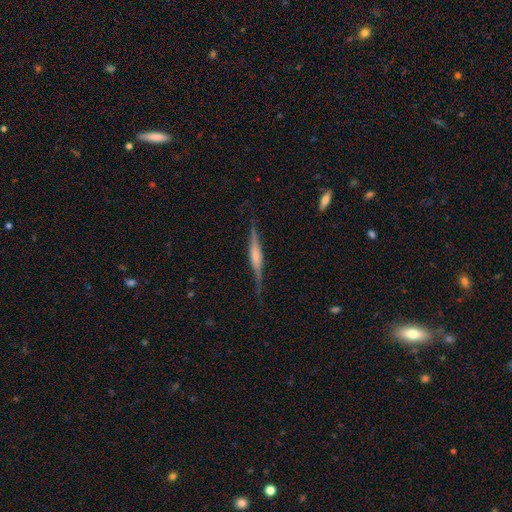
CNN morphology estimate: Smooth or featured: featured or disk — 73% (smooth — 21%)
Edge-on disk: yes — 97% (no — 3%)
Edge-on bulge: rounded — 50% (boxy — 37%)
Merging: none — 82% (minor disturbance — 13%)